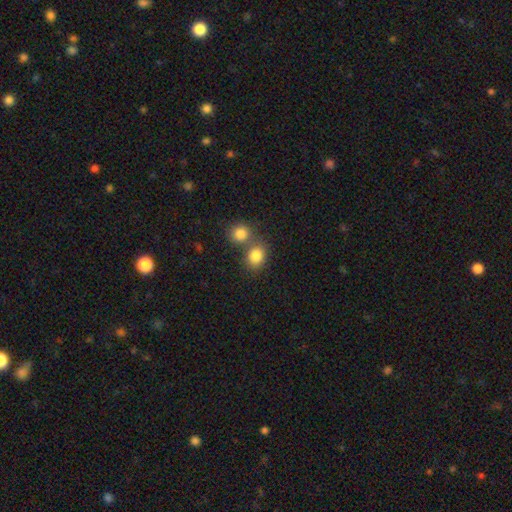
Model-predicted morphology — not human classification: This appears to be a smooth galaxy with no disk features (84%) that is round (68%). Merging: none (48%).